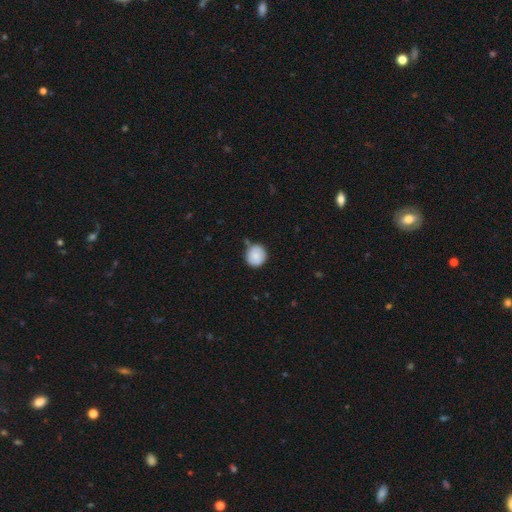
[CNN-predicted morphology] This appears to be a smooth galaxy with no disk features (84%) that is round (88%). Merging: none (74%).